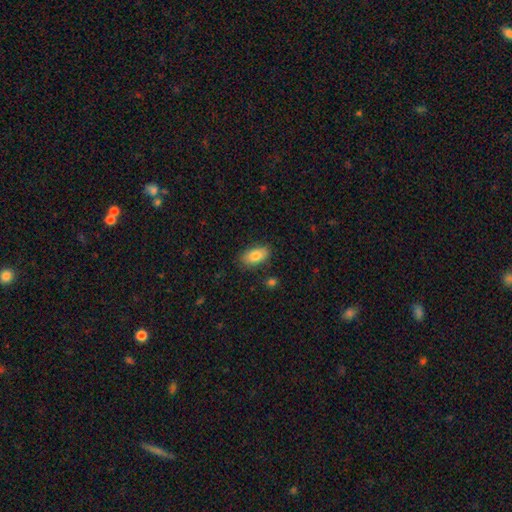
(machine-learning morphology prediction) smooth_or_featured: smooth (p=0.82) [alt: featured or disk p=0.11]
how_rounded: in between (p=0.92) [alt: round p=0.04]
merging: none (p=0.84) [alt: minor disturbance p=0.12]